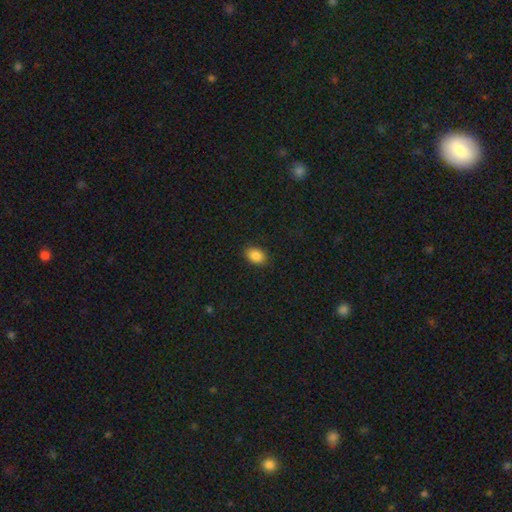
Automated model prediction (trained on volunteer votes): smooth_or_featured: smooth (p=0.88) [alt: star or artifact p=0.08]
how_rounded: in between (p=0.83) [alt: round p=0.15]
merging: none (p=0.88) [alt: minor disturbance p=0.09]